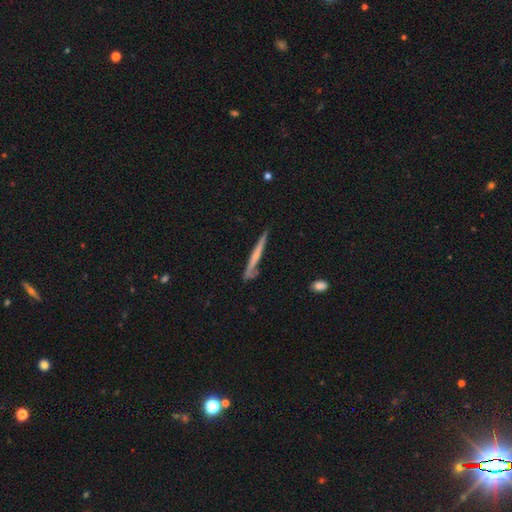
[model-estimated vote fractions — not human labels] The model was most divided on "smooth or featured": featured or disk: 51%, smooth: 43%, star or artifact: 6%. More confident: edge-on disk — yes (93%); merging — none (72%).